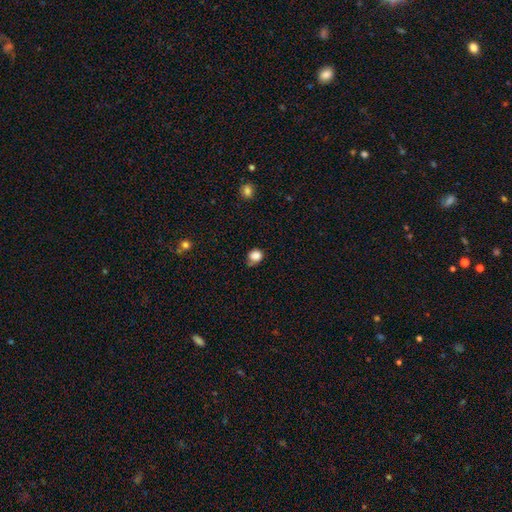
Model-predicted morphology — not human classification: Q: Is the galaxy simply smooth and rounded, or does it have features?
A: smooth — 84%.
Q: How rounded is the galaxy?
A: round — 70%.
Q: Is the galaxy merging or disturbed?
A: none — 50%.